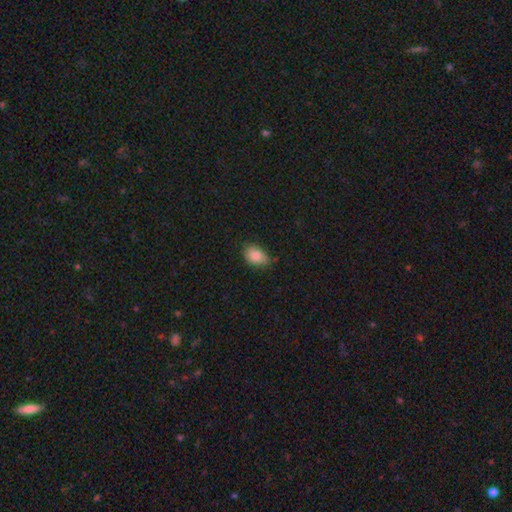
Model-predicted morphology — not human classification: The model was most divided on "merging": none: 68%, minor disturbance: 26%, major disturbance: 4%, merger: 2%. More confident: smooth or featured — smooth (84%); how rounded — in between (84%).